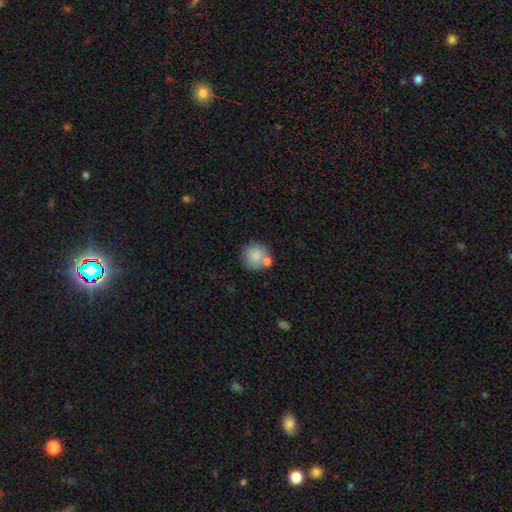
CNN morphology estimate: Smooth or featured? Predicted: smooth (p=0.81). How rounded? Predicted: round (p=0.91). Merging? Predicted: none (p=0.64).